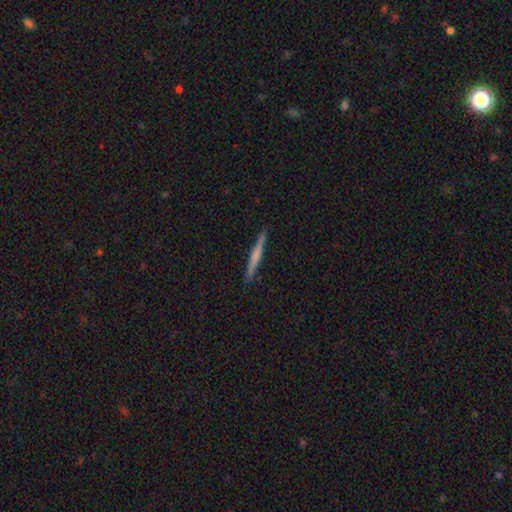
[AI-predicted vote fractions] smooth_or_featured: featured or disk (p=0.50) [alt: smooth p=0.45]
merging: none (p=0.92) [alt: minor disturbance p=0.06]